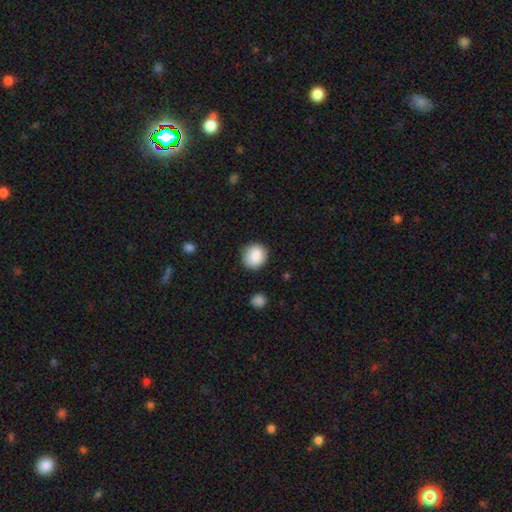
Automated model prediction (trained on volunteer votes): smooth-or-featured: smooth: 88% | star or artifact: 8% | featured or disk: 4%
  how-rounded: round: 82% | in between: 17% | cigar-shaped: 1%
  merging: none: 87% | minor disturbance: 9% | major disturbance: 2% | merger: 1%